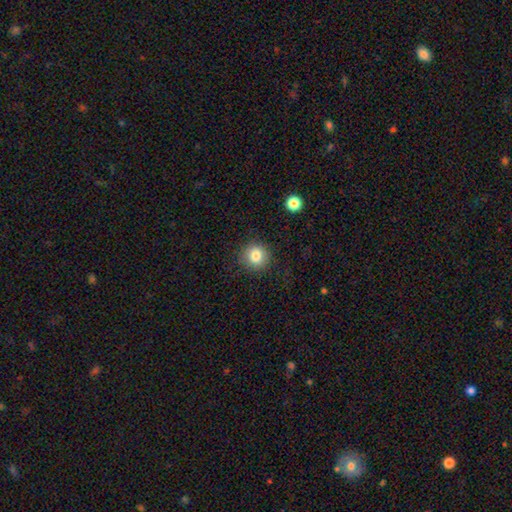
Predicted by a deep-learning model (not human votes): Overall: smooth (82%). How rounded: round (93%). Merging: none (89%).